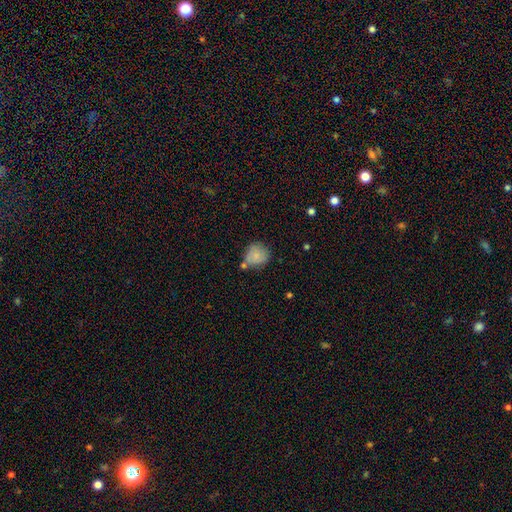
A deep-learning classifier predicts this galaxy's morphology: Smooth or featured: smooth — 80% (featured or disk — 12%)
How rounded: round — 81% (in between — 18%)
Merging: none — 58% (minor disturbance — 22%)